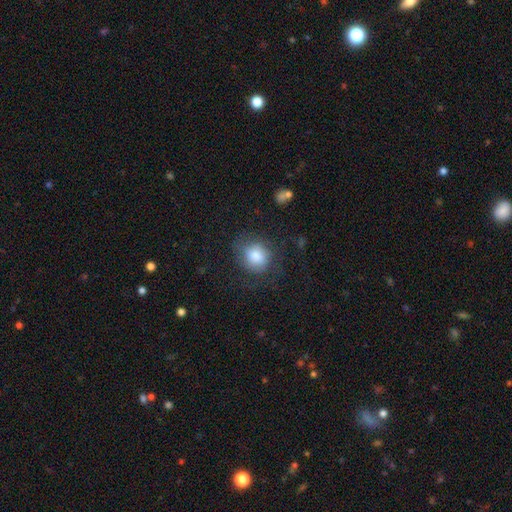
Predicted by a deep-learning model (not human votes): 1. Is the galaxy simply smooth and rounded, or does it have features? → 77% smooth, 15% featured or disk, 8% star or artifact.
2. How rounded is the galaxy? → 71% round, 28% in between, 1% cigar-shaped.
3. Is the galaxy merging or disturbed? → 65% none, 20% minor disturbance, 14% major disturbance, 2% merger.